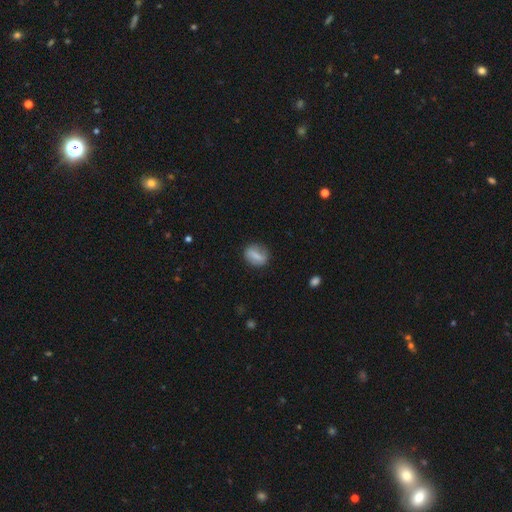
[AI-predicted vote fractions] smooth 69%, featured or disk 23%, star or artifact 8%. Down the decision tree: how rounded — in between (55%); merging — none (82%).